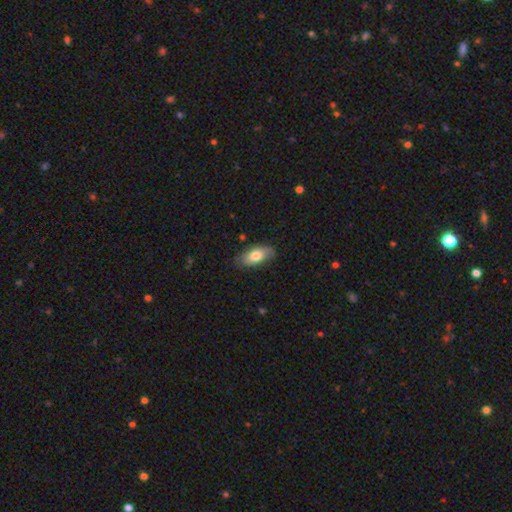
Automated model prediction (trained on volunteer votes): A smooth galaxy with no disk features (72%) that is in between round and cigar-shaped (90%).

Vote fractions:
- Smooth or featured? smooth: 72% / featured or disk: 22% / star or artifact: 6%
- How rounded? in between: 90% / cigar-shaped: 7% / round: 3%
- Merging? none: 79% / minor disturbance: 17% / major disturbance: 3% / merger: 1%